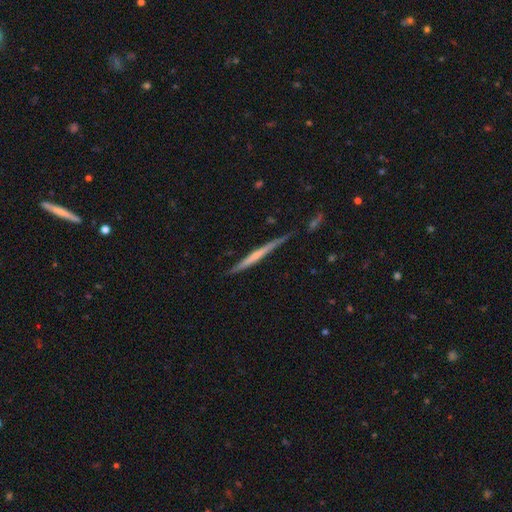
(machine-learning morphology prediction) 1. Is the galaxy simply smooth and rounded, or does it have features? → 56% featured or disk, 38% smooth, 6% star or artifact.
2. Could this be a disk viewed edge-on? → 97% yes, 3% no.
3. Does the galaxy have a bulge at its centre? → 70% none, 22% rounded, 8% boxy.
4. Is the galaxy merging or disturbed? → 78% none, 15% minor disturbance, 3% merger, 3% major disturbance.